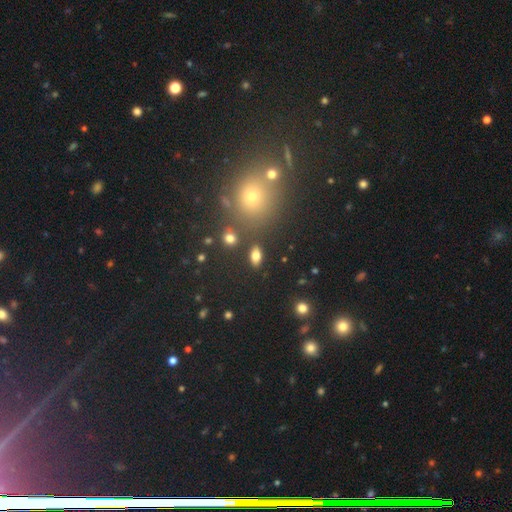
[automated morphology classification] The model was most divided on "smooth or featured": smooth: 78%, star or artifact: 12%, featured or disk: 10%. More confident: how rounded — in between (85%); merging — none (84%).